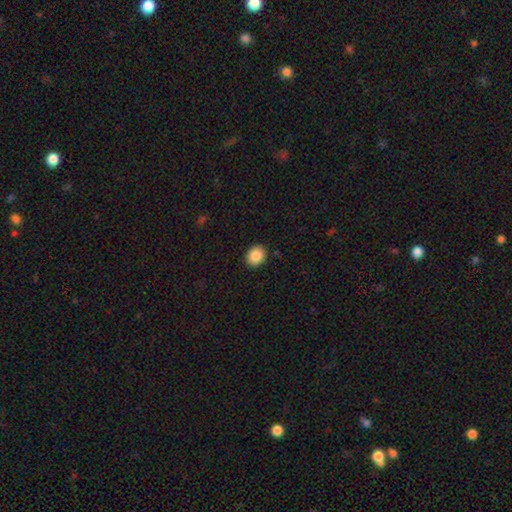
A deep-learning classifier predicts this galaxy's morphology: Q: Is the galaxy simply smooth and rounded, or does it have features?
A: smooth — 87%.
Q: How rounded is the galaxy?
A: round — 58%.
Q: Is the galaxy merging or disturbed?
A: none — 91%.